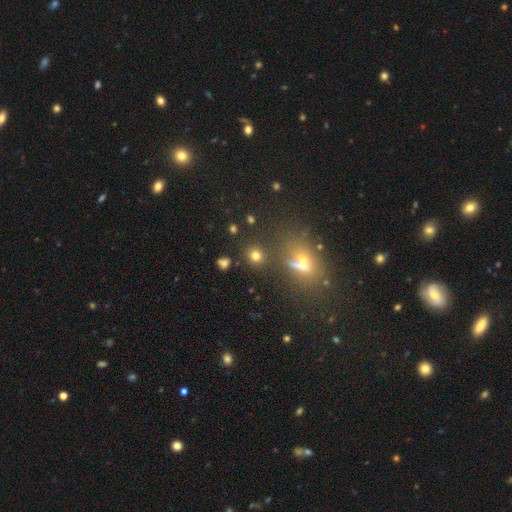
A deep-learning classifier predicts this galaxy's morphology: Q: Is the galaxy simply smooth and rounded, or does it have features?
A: smooth — 74%.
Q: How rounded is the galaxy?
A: round — 84%.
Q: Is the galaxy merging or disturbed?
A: none — 82%.